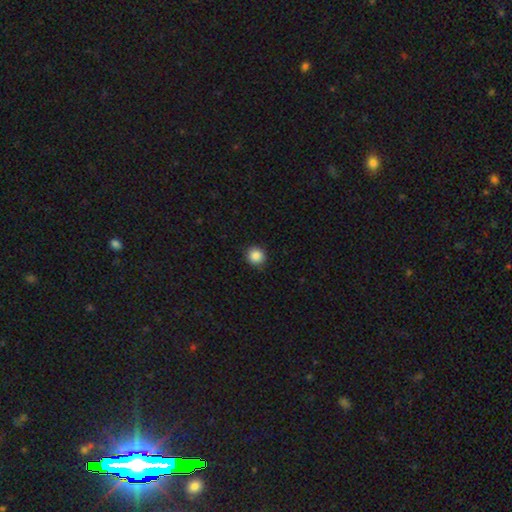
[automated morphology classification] Q: Smooth or featured?
A: smooth (87%); runner-up: star or artifact (10%)
Q: How rounded?
A: round (93%); runner-up: in between (6%)
Q: Merging?
A: none (90%); runner-up: minor disturbance (7%)